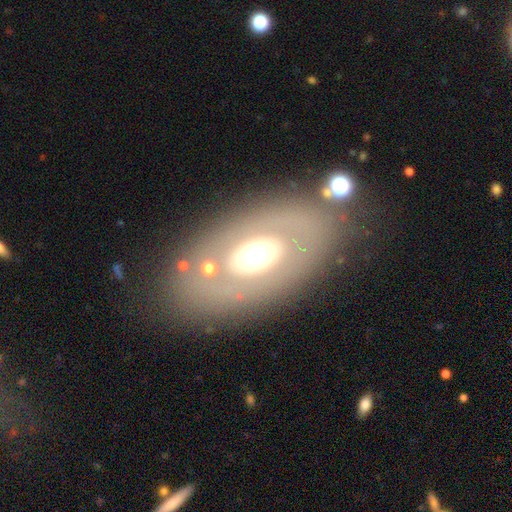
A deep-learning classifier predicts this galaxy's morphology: Smooth or featured: featured or disk — 51% (smooth — 41%)
Edge-on disk: no — 88% (yes — 12%)
Merging: none — 80% (minor disturbance — 10%)